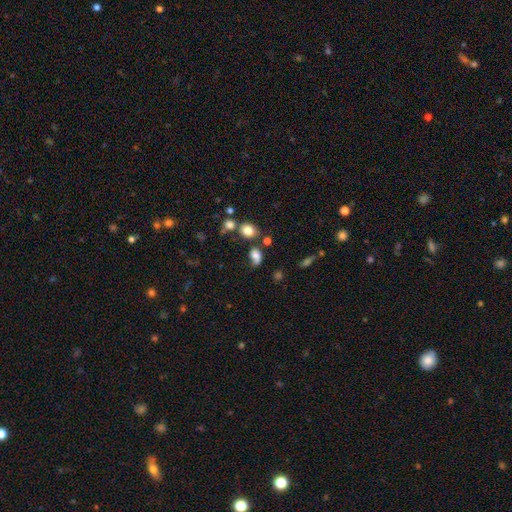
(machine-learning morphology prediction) type=smooth (74%); roundness=in between (64%); merging=none (42%).